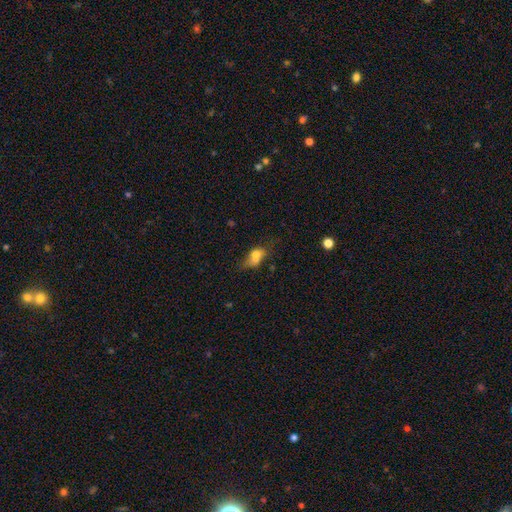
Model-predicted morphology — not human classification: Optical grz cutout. It shows a smooth galaxy with no disk features (65%) that is in between round and cigar-shaped (75%). Merging: merger (33%).